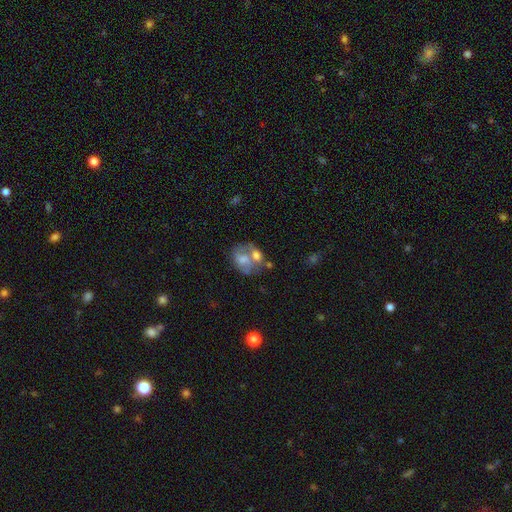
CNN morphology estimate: This appears to be a smooth galaxy with no disk features (53%) that is in between round and cigar-shaped (62%). Merging: merger (48%).